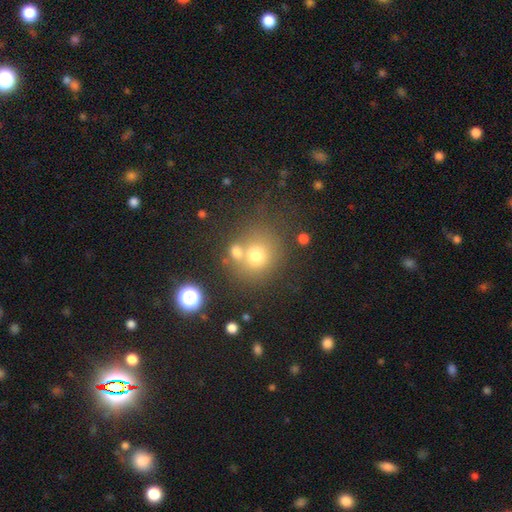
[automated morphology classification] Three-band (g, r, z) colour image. It shows a smooth galaxy with no disk features (70%) that is round (84%). Merging: none (57%).